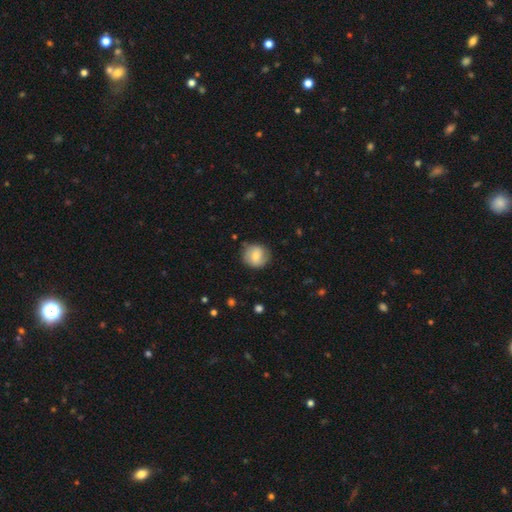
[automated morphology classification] Smooth or featured: smooth — 70% (featured or disk — 23%)
How rounded: round — 87% (in between — 12%)
Merging: none — 81% (minor disturbance — 14%)